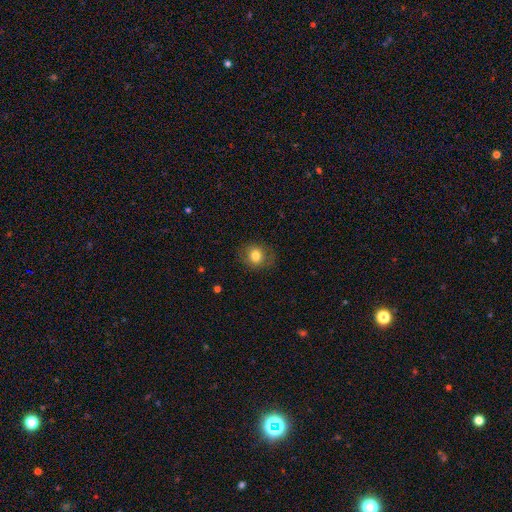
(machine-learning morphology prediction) type=smooth (77%); roundness=round (68%); merging=none (80%).